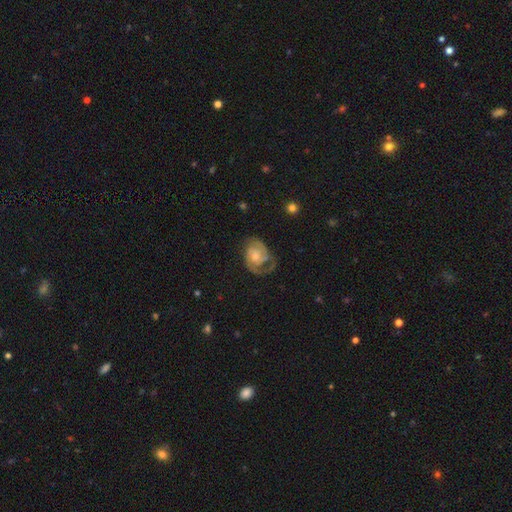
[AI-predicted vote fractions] Morphology: type=featured or disk (81%); edge-on=no (97%); bar=no (66%); spiral arms=yes (94%); winding=tight (46%); arm count=2 (67%); bulge=moderate (45%); merging=none (53%).